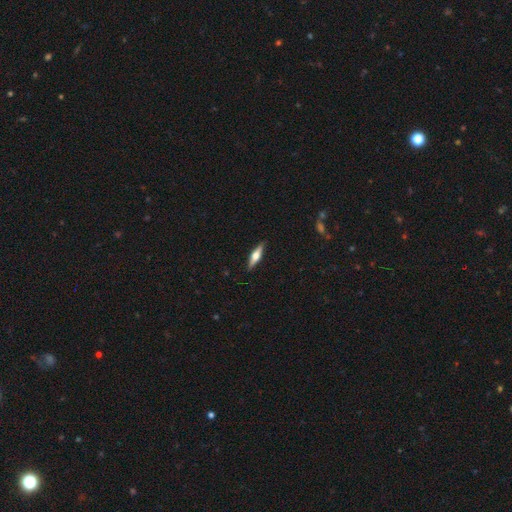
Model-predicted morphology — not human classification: Q: Smooth or featured?
A: featured or disk (59%); runner-up: smooth (35%)
Q: Edge-on disk?
A: yes (96%); runner-up: no (4%)
Q: Edge-on bulge?
A: rounded (91%); runner-up: boxy (6%)
Q: Merging?
A: none (89%); runner-up: minor disturbance (8%)